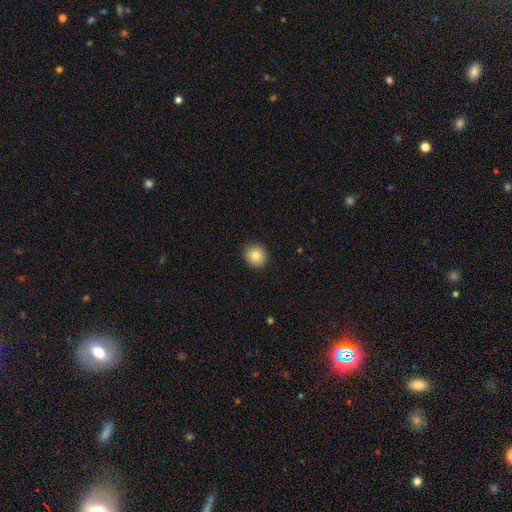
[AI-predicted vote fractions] This is clearly a smooth galaxy (83%). How rounded: clearly round (91%). Merging: clearly none (91%).